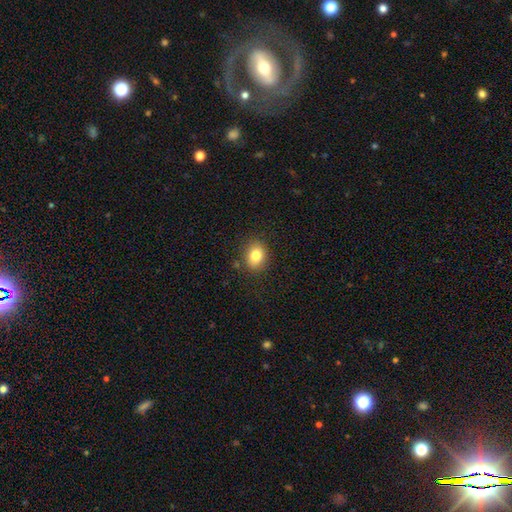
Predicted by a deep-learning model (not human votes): The model was most divided on "how rounded": round: 52%, in between: 47%, cigar-shaped: 1%. More confident: merging — none (84%); smooth or featured — smooth (81%).